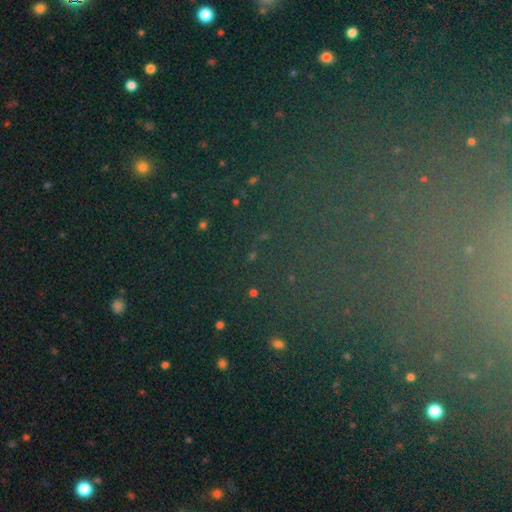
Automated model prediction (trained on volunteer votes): star or artifact 76%, smooth 15%, featured or disk 10%.